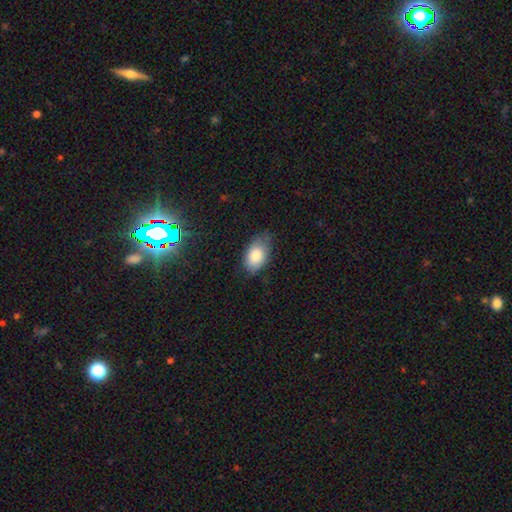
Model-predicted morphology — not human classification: A smooth galaxy with no disk features (83%) that is in between round and cigar-shaped (93%).

Vote fractions:
- Smooth or featured? smooth: 83% / featured or disk: 9% / star or artifact: 7%
- How rounded? in between: 93% / round: 6% / cigar-shaped: 2%
- Merging? none: 65% / minor disturbance: 28% / major disturbance: 6% / merger: 1%